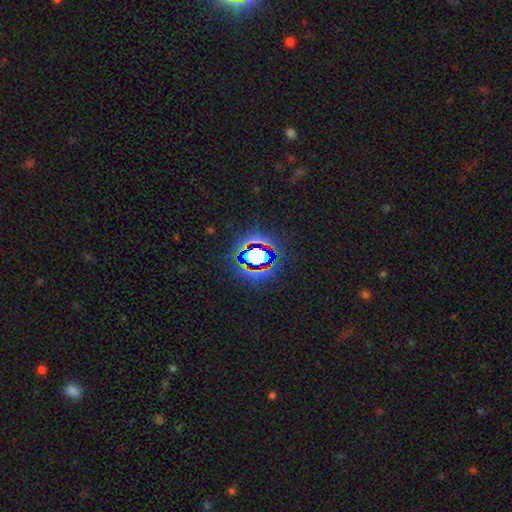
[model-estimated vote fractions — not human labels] Smooth or featured? star or artifact (66%)